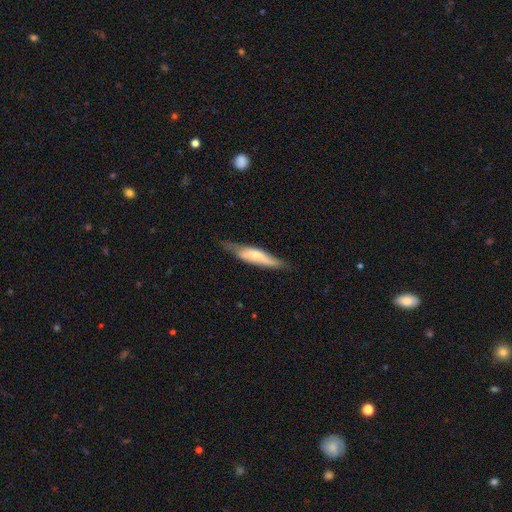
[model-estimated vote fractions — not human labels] This is possibly a smooth galaxy (55%). How rounded: likely cigar-shaped (72%). Merging: possibly none (59%).